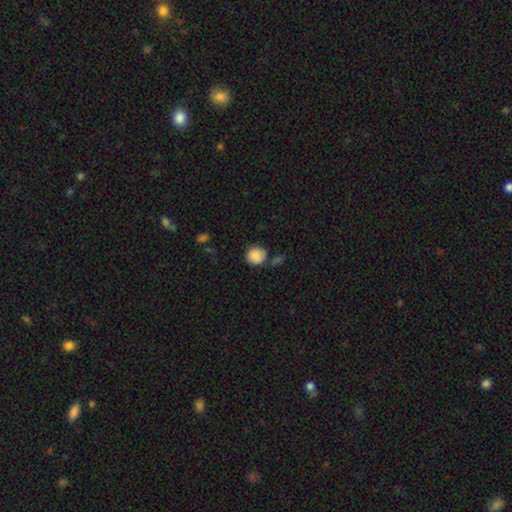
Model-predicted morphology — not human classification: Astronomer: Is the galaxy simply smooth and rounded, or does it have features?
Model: smooth — 87%.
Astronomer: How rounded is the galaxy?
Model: round — 84%.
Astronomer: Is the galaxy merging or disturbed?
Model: none — 68%.